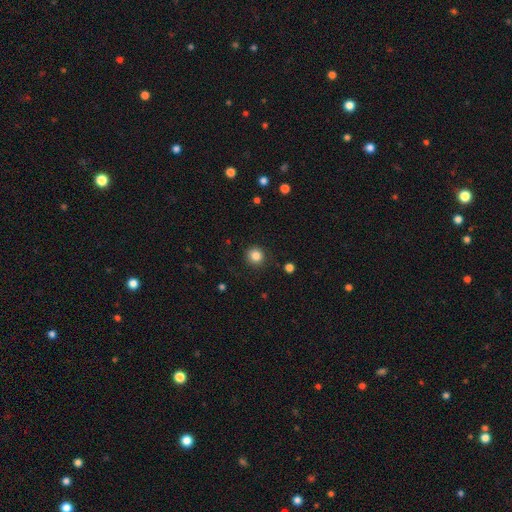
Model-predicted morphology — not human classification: Smooth or featured? smooth (85%)
How rounded? round (93%)
Merging? none (89%)